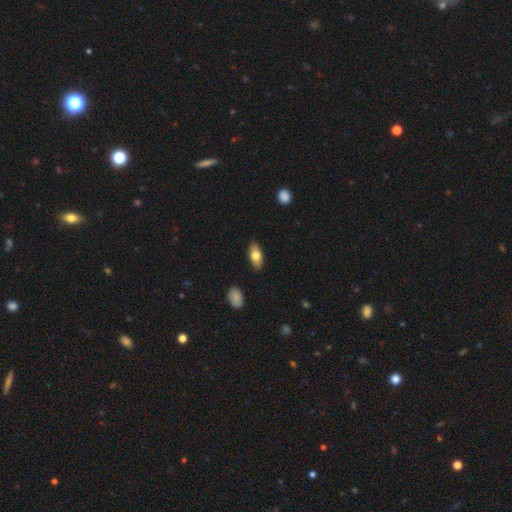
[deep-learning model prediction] This is likely a smooth galaxy (73%). How rounded: clearly in between (85%). Merging: clearly none (87%).